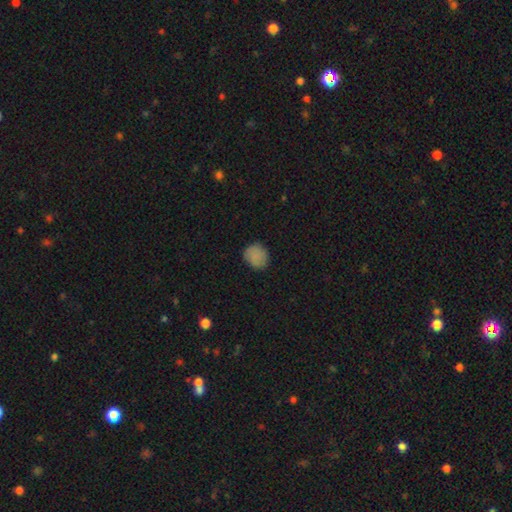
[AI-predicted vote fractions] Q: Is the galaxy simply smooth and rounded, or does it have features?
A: smooth — 83%.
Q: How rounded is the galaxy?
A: round — 76%.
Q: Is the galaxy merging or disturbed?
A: none — 81%.